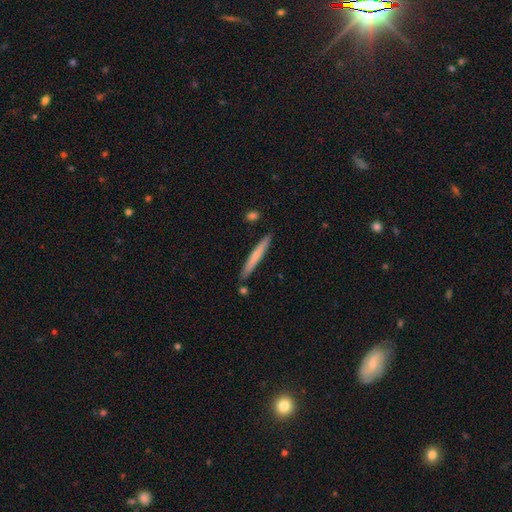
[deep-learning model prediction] Overall: smooth (60%; featured or disk 35%). How rounded: cigar-shaped (96%). Merging: none (87%).